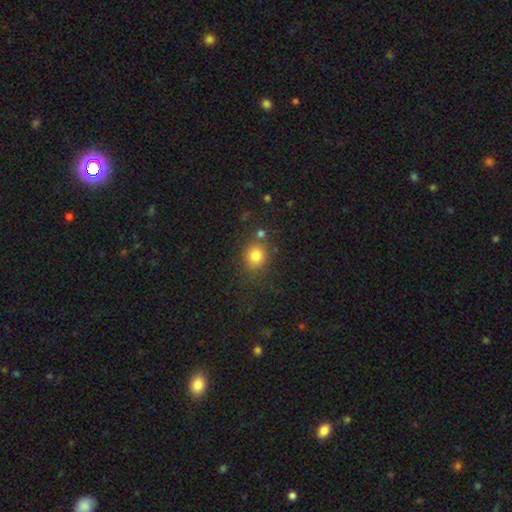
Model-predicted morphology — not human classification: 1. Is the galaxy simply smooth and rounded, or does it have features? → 80% smooth, 12% star or artifact, 7% featured or disk.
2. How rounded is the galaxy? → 81% round, 18% in between, 1% cigar-shaped.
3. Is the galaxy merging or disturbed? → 73% none, 13% minor disturbance, 9% merger, 5% major disturbance.